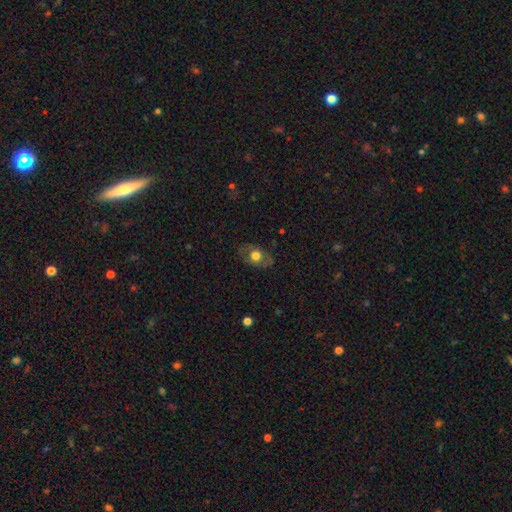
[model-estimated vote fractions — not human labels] Q: Smooth or featured?
A: smooth (54%); runner-up: featured or disk (38%)
Q: How rounded?
A: in between (69%); runner-up: round (30%)
Q: Merging?
A: none (78%); runner-up: minor disturbance (15%)